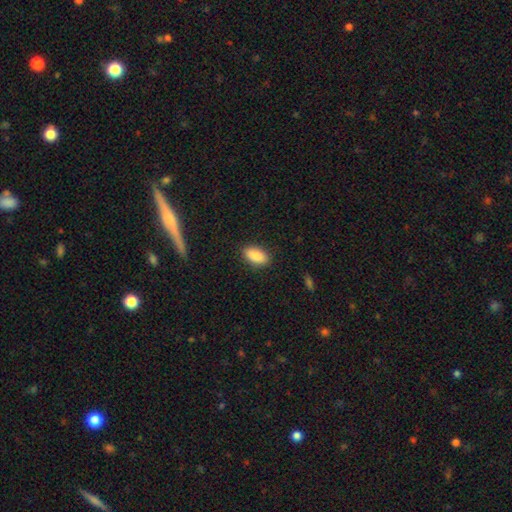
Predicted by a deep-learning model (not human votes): This appears to be a smooth galaxy with no disk features (87%) that is in between round and cigar-shaped (91%). Merging: none (88%).